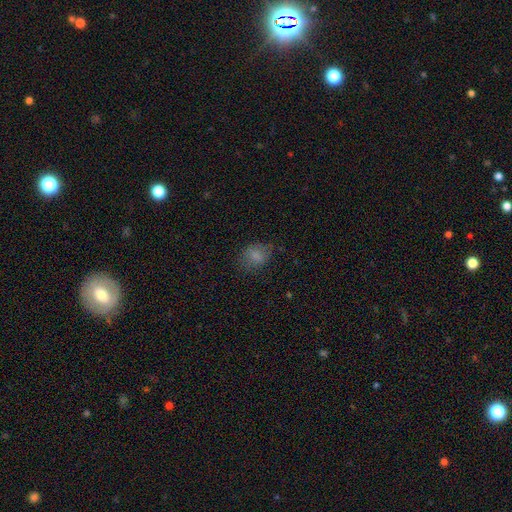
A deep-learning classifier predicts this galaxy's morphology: smooth-or-featured: smooth: 77% | star or artifact: 12% | featured or disk: 10%
  how-rounded: in between: 53% | round: 46% | cigar-shaped: 1%
  merging: none: 65% | minor disturbance: 23% | major disturbance: 10% | merger: 1%